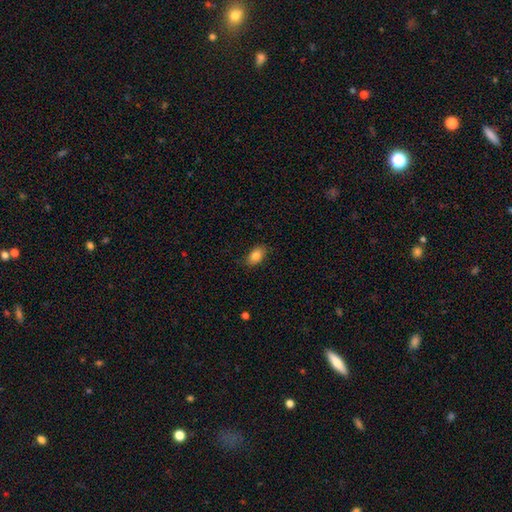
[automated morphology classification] The model was most divided on "merging": none: 84%, minor disturbance: 12%, major disturbance: 3%, merger: 1%. More confident: how rounded — in between (88%); smooth or featured — smooth (85%).